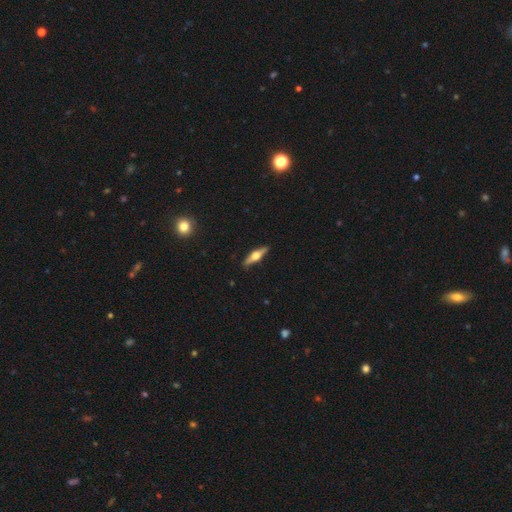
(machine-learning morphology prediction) A featured or disk galaxy (69%) viewed edge-on (96%) with a rounded central bulge (95%).

Vote fractions:
- Smooth or featured? featured or disk: 69% / smooth: 26% / star or artifact: 6%
- Edge-on disk? yes: 96% / no: 4%
- Edge-on bulge? rounded: 95% / boxy: 3% / none: 2%
- Merging? none: 90% / minor disturbance: 8% / major disturbance: 2% / merger: 1%